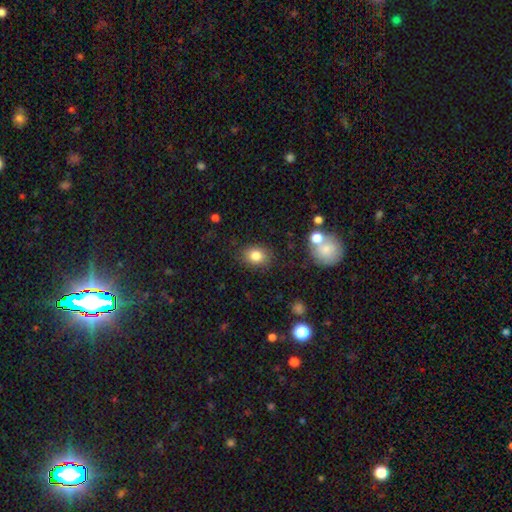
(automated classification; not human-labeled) A smooth galaxy with no disk features (82%) that is in between round and cigar-shaped (55%). Merging: none (84%).